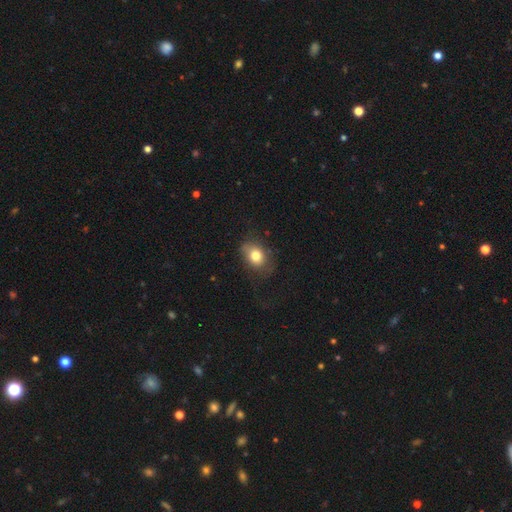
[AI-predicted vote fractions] Q: Smooth or featured?
A: smooth (77%); runner-up: featured or disk (14%)
Q: How rounded?
A: in between (62%); runner-up: round (37%)
Q: Merging?
A: none (63%); runner-up: minor disturbance (23%)